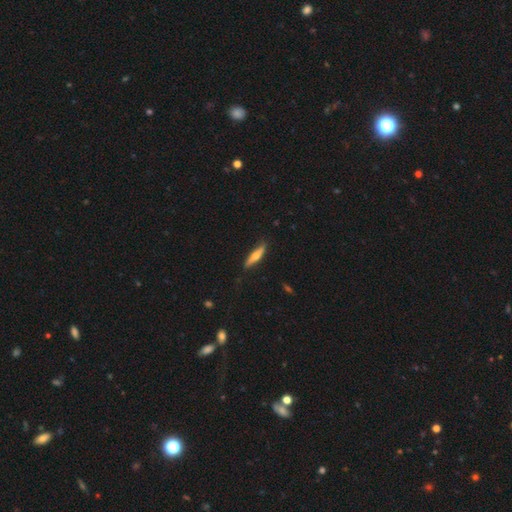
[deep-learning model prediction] Overall: smooth (53%; featured or disk 41%). How rounded: cigar-shaped (82%). Merging: none (83%).